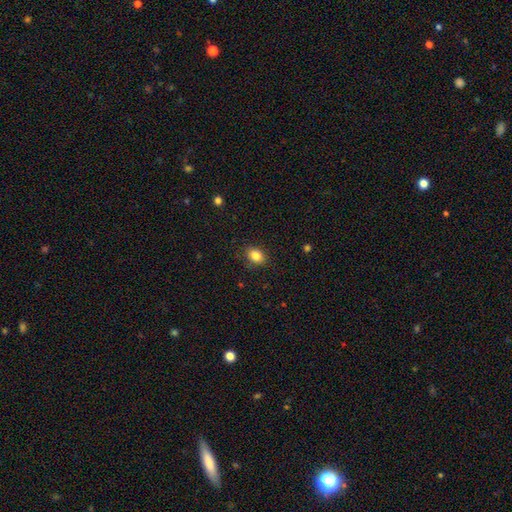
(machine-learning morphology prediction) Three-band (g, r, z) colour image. It shows a smooth galaxy with no disk features (85%) that is in between round and cigar-shaped (73%). Merging: none (86%).